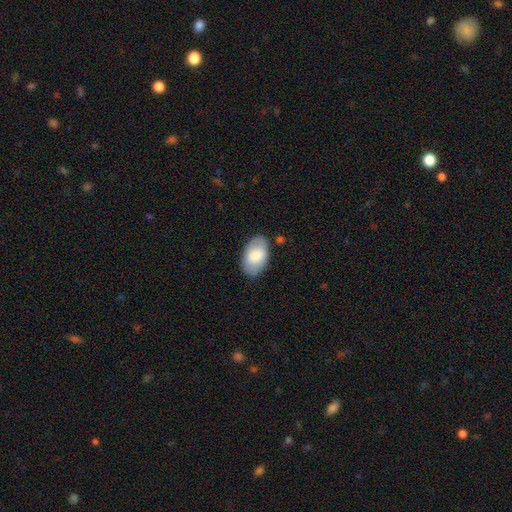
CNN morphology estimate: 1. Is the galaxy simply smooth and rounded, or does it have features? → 76% smooth, 19% featured or disk, 6% star or artifact.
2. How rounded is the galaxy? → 94% in between, 5% round, 1% cigar-shaped.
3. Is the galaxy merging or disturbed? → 81% none, 13% minor disturbance, 3% major disturbance, 2% merger.